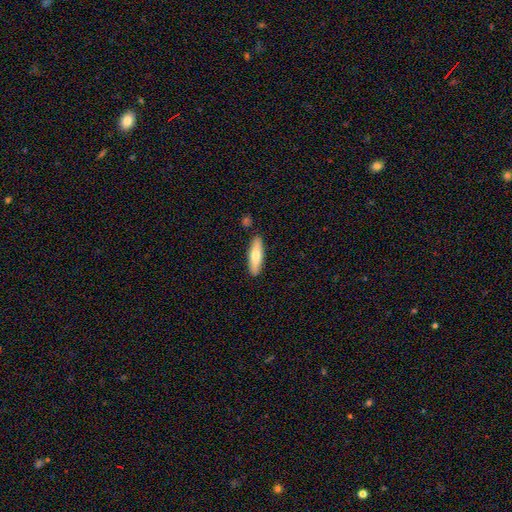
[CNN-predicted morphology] smooth-or-featured: smooth: 71% | featured or disk: 24% | star or artifact: 5%
  how-rounded: cigar-shaped: 65% | in between: 33% | round: 2%
  merging: none: 87% | minor disturbance: 9% | merger: 3% | major disturbance: 2%